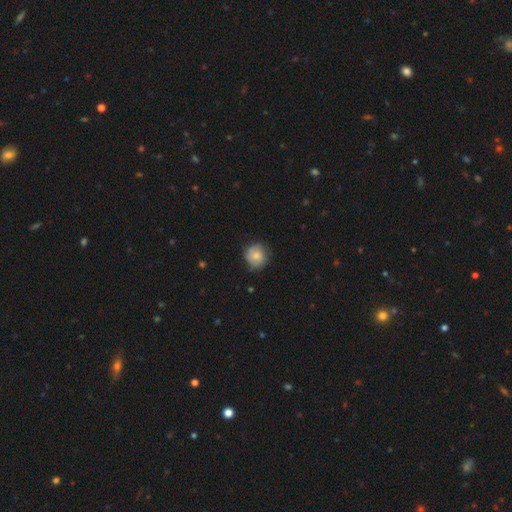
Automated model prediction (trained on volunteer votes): A smooth galaxy with no disk features (63%) that is round (86%). Merging: none (72%).